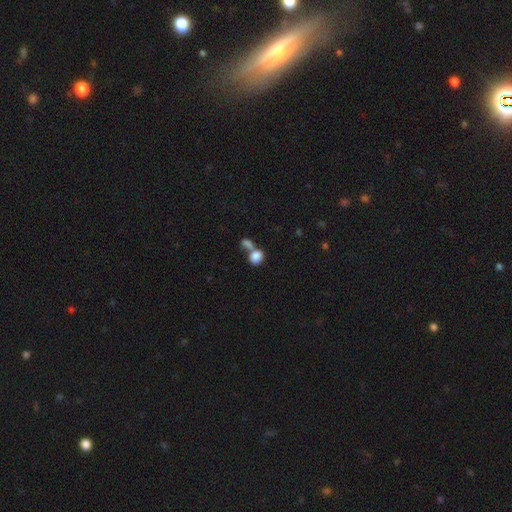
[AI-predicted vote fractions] This is clearly a smooth galaxy (84%). How rounded: possibly round (57%). Merging: possibly merger (57%).